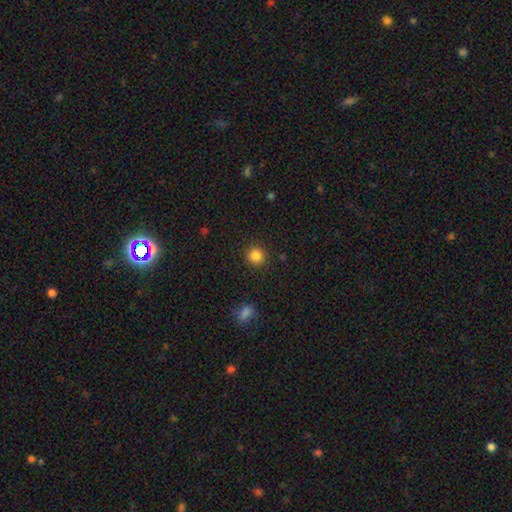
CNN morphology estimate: type=smooth (85%); roundness=round (91%); merging=none (90%).